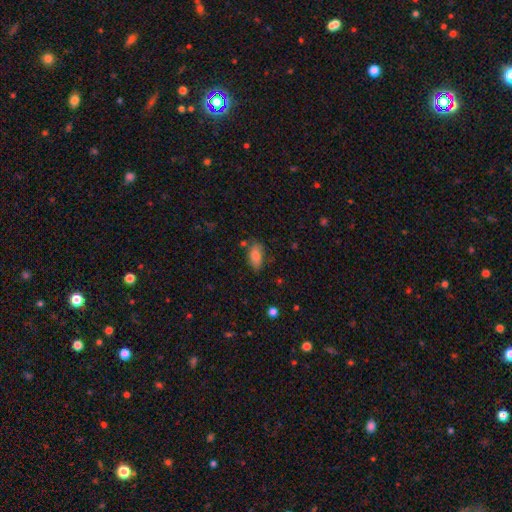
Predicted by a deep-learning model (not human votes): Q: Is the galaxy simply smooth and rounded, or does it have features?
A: smooth — 81%.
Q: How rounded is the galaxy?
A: in between — 90%.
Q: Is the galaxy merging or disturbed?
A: none — 72%.